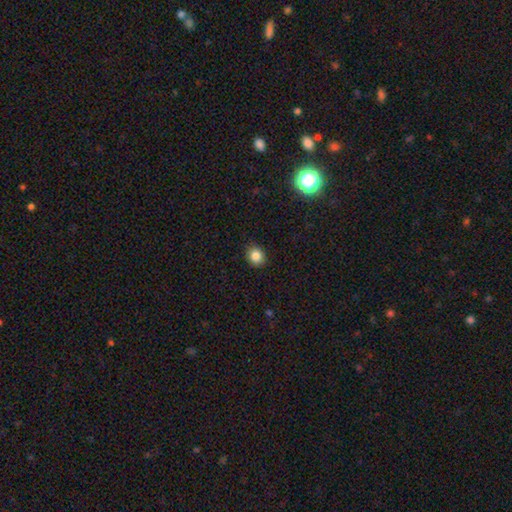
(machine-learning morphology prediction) Smooth or featured: smooth — 84% (star or artifact — 11%)
How rounded: round — 70% (in between — 29%)
Merging: none — 90% (minor disturbance — 7%)